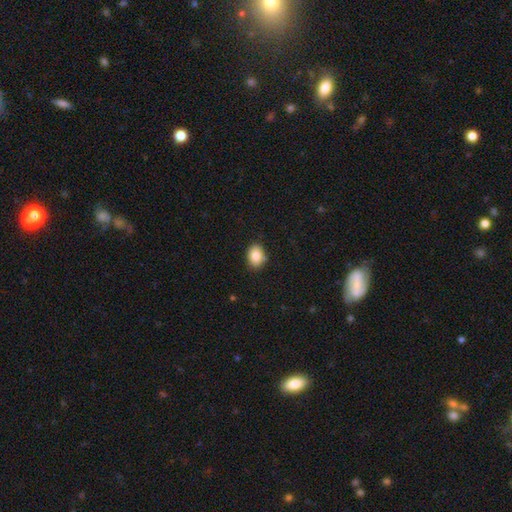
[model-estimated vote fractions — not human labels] A smooth galaxy with no disk features (85%) that is in between round and cigar-shaped (67%).

Vote fractions:
- Smooth or featured? smooth: 85% / star or artifact: 8% / featured or disk: 7%
- How rounded? in between: 67% / round: 32% / cigar-shaped: 1%
- Merging? none: 82% / minor disturbance: 14% / major disturbance: 2% / merger: 2%